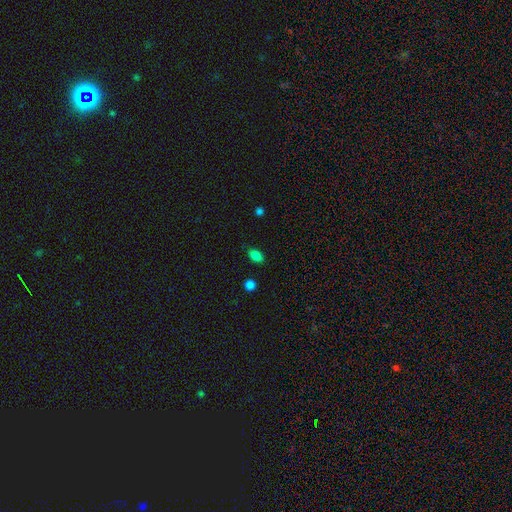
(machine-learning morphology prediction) The model was most divided on "how rounded": in between: 84%, round: 14%, cigar-shaped: 2%. More confident: smooth or featured — smooth (85%); merging — none (84%).